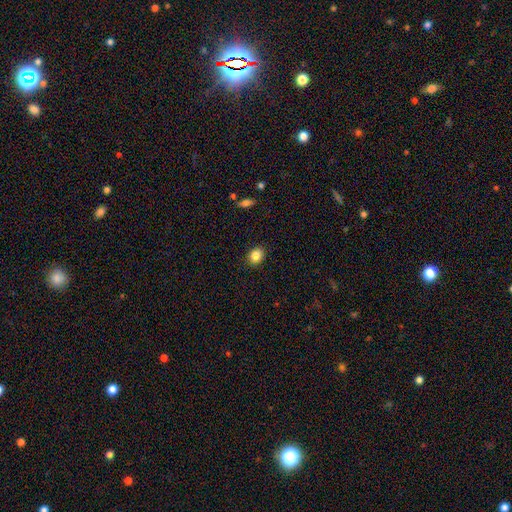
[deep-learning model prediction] The model was most divided on "how rounded": round: 56%, in between: 43%, cigar-shaped: 1%. More confident: merging — none (89%); smooth or featured — smooth (85%).